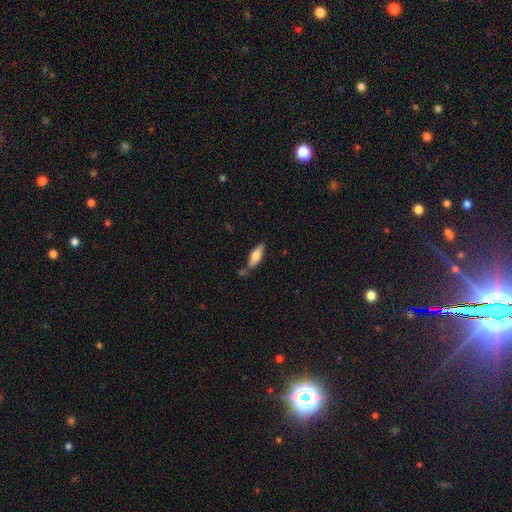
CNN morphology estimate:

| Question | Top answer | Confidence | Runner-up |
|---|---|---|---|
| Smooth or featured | smooth | 59% | featured or disk (35%) |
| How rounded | in between | 58% | cigar-shaped (39%) |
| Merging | none | 73% | minor disturbance (16%) |